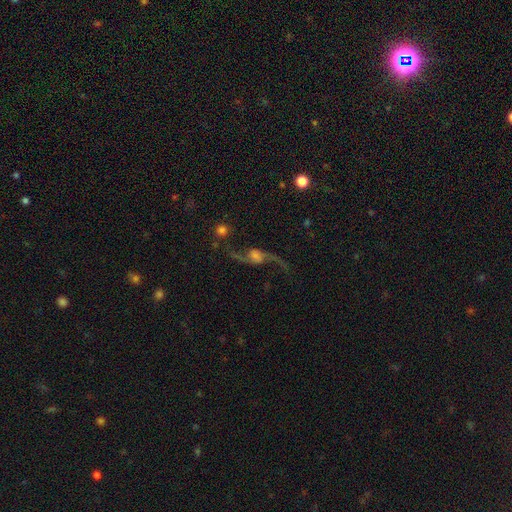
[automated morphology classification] Smooth or featured? featured or disk (86%)
Edge-on disk? no (93%)
Bar? no (56%)
Spiral arms? yes (96%)
Spiral winding? loose (92%)
Spiral arm count? 2 (94%)
Bulge size? moderate (32%)
Merging? none (72%)